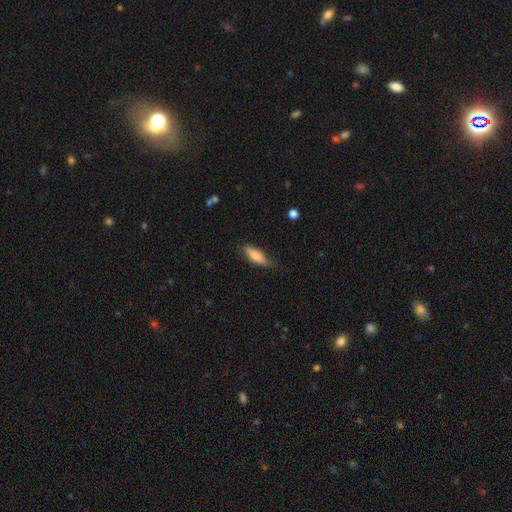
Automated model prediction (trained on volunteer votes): smooth_or_featured: smooth (p=0.78) [alt: featured or disk p=0.16]
how_rounded: in between (p=0.55) [alt: cigar-shaped p=0.43]
merging: none (p=0.77) [alt: minor disturbance p=0.18]